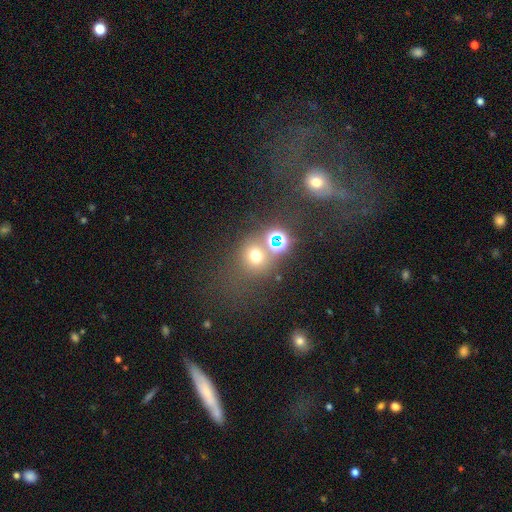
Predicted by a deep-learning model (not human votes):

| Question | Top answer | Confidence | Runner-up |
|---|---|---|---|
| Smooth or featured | smooth | 60% | star or artifact (31%) |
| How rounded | round | 83% | in between (16%) |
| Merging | none | 63% | merger (20%) |